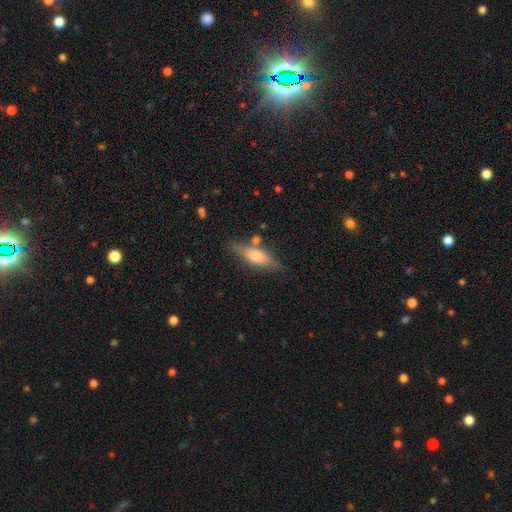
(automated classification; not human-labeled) The model was most divided on "smooth or featured": smooth: 50%, featured or disk: 43%, star or artifact: 7%. More confident: merging — none (74%).